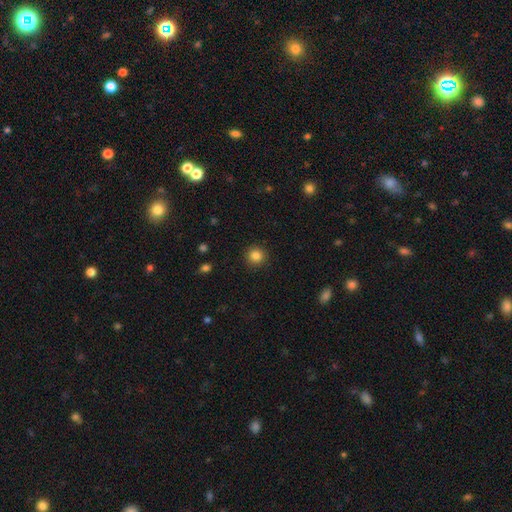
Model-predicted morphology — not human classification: Overall: smooth (85%). How rounded: round (94%). Merging: none (91%).